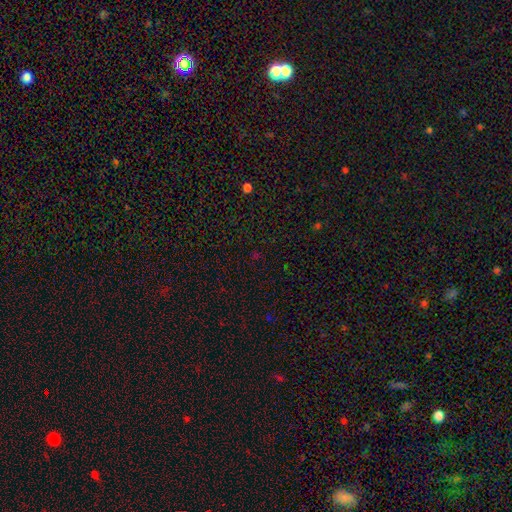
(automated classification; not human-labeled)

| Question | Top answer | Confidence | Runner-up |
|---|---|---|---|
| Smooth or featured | star or artifact | 63% | smooth (30%) |